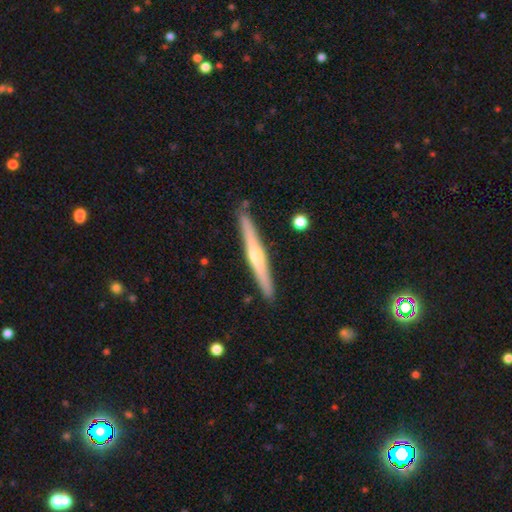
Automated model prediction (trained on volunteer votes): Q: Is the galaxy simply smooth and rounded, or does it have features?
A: featured or disk — 65%.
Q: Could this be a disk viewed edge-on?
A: yes — 97%.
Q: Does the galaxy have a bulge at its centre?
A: rounded — 79%.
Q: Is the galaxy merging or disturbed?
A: none — 90%.